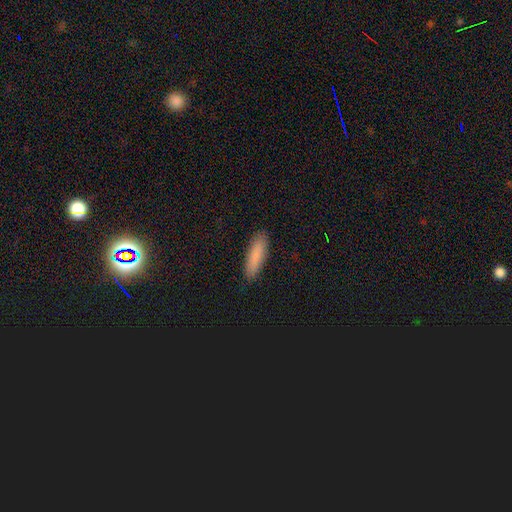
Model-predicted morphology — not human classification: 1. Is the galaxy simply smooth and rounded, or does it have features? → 86% smooth, 7% featured or disk, 7% star or artifact.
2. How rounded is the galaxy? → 65% cigar-shaped, 33% in between, 2% round.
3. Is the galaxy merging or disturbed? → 89% none, 8% minor disturbance, 2% major disturbance, 1% merger.